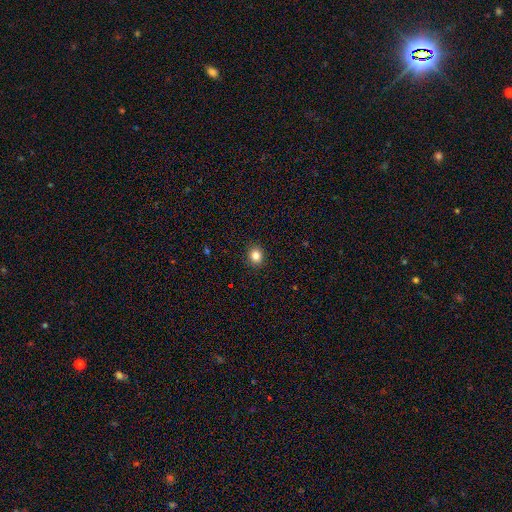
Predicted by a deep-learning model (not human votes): A smooth galaxy with no disk features (84%) that is round (73%). Merging: none (91%).